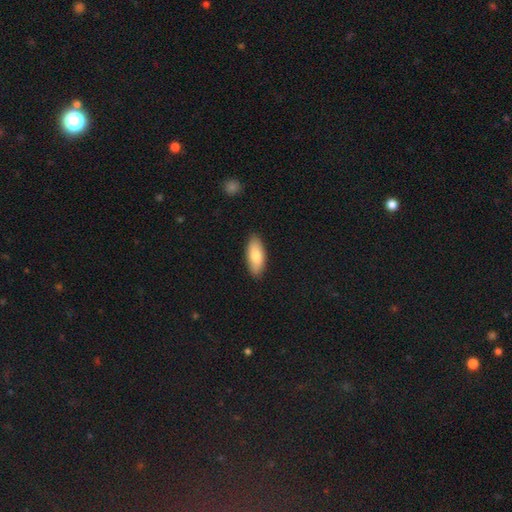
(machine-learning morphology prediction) Smooth or featured? smooth (80%)
How rounded? in between (83%)
Merging? none (88%)